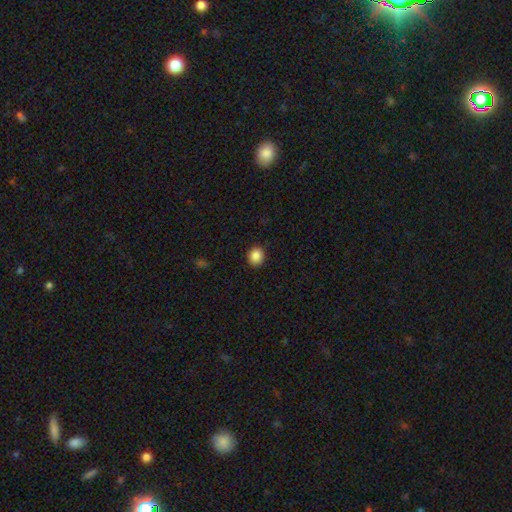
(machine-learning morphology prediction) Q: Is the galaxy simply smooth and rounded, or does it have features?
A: smooth — 86%.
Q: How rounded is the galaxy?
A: round — 79%.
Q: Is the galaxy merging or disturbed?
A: none — 90%.